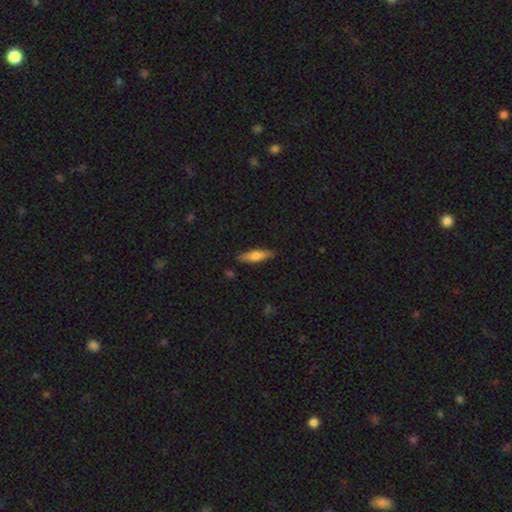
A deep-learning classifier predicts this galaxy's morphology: smooth_or_featured: smooth (p=0.56) [alt: featured or disk p=0.37]
how_rounded: cigar-shaped (p=0.67) [alt: in between p=0.31]
merging: none (p=0.86) [alt: minor disturbance p=0.11]